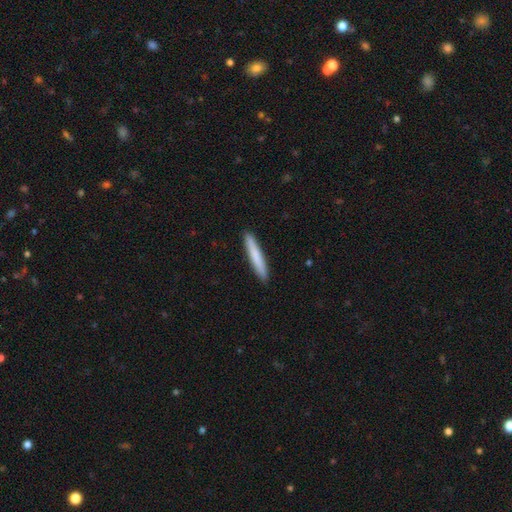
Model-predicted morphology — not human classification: smooth_or_featured: smooth (p=0.76) [alt: featured or disk p=0.19]
how_rounded: cigar-shaped (p=0.96) [alt: in between p=0.03]
merging: none (p=0.92) [alt: minor disturbance p=0.06]